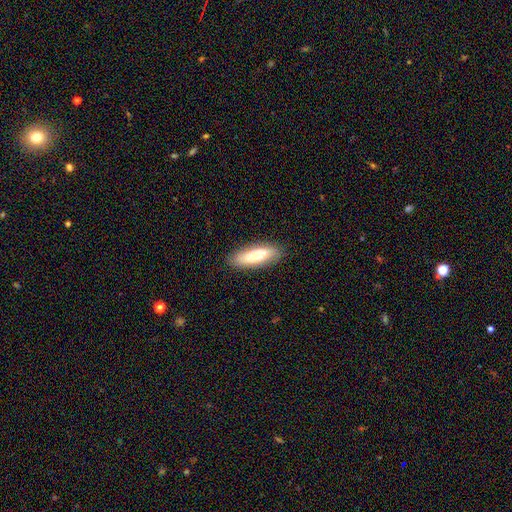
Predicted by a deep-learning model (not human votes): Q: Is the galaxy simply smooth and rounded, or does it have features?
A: smooth — 73%.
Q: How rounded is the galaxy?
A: in between — 56%.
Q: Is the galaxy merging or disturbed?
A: none — 84%.